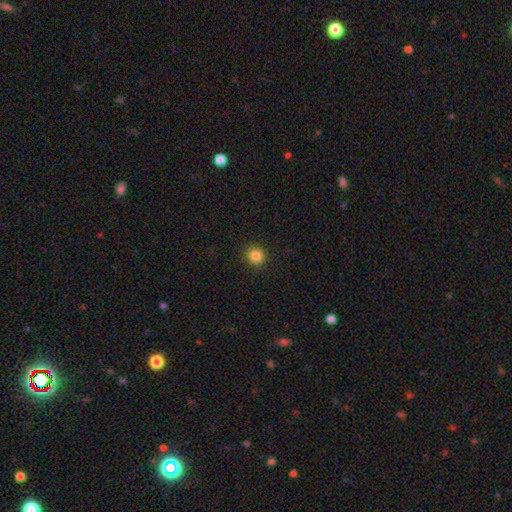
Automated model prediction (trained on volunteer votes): Overall: smooth (85%). How rounded: round (91%). Merging: none (91%).